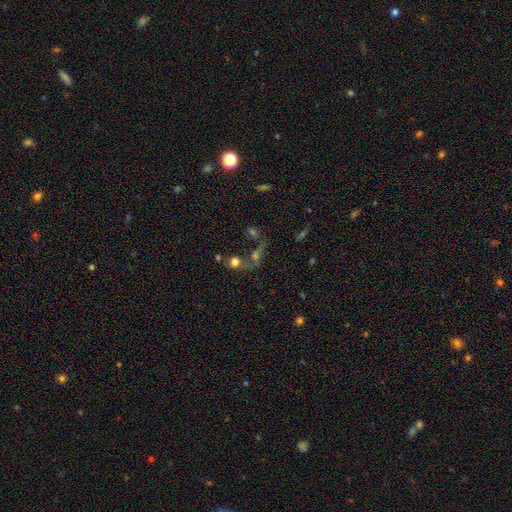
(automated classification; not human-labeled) Smooth or featured? smooth (39%)
Merging? merger (45%)